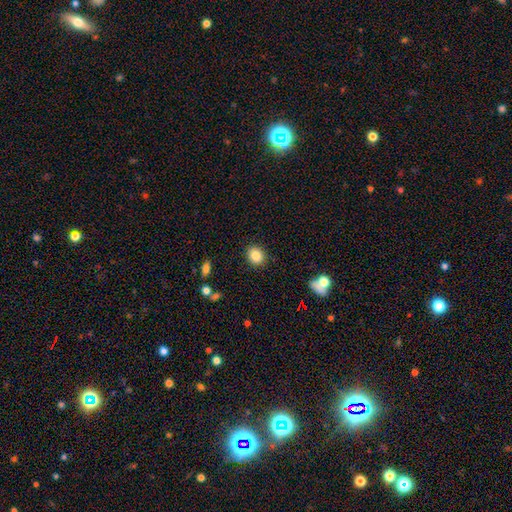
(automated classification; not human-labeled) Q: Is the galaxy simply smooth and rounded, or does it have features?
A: smooth — 84%.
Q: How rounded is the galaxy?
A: round — 67%.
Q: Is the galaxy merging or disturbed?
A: none — 88%.